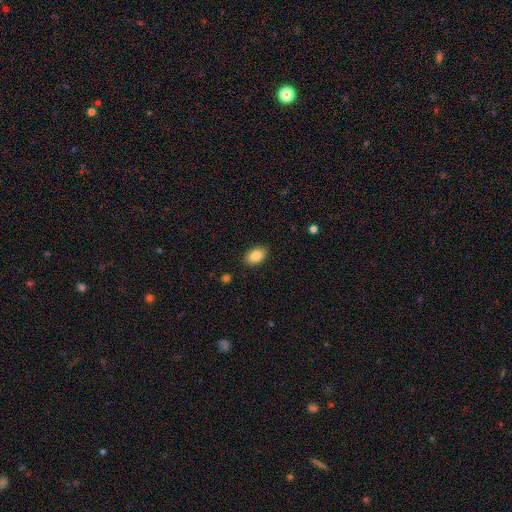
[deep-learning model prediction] A smooth galaxy with no disk features (86%) that is in between round and cigar-shaped (90%). Merging: none (88%).